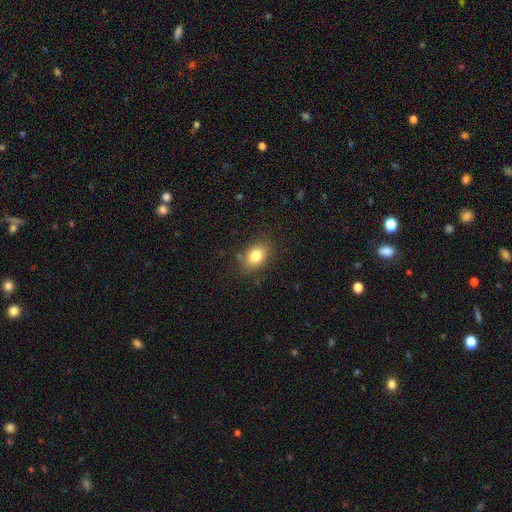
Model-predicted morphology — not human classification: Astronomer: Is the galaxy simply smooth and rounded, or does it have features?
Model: smooth — 81%.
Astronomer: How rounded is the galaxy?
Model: in between — 75%.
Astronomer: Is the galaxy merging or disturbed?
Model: none — 81%.